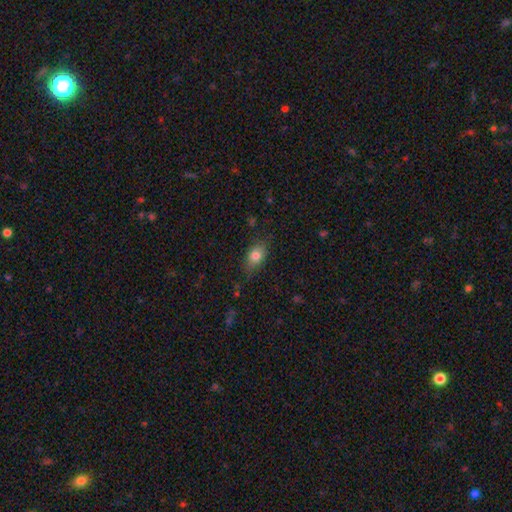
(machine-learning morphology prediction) Smooth or featured? smooth (80%)
How rounded? in between (80%)
Merging? none (78%)